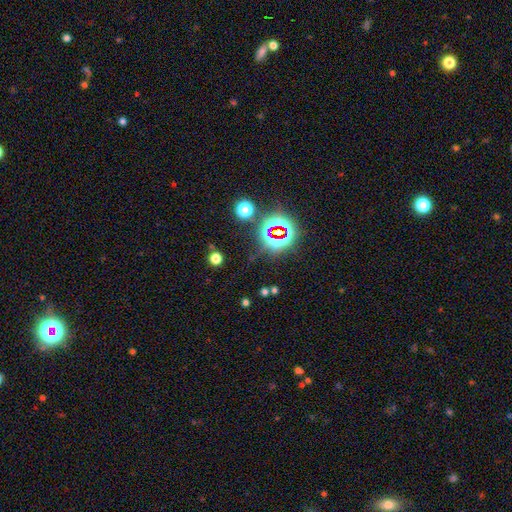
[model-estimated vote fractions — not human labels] A star or artifact, not a galaxy (74%).